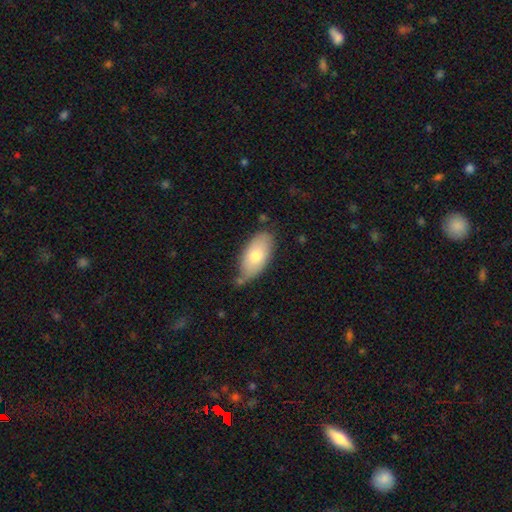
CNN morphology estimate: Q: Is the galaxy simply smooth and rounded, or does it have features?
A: smooth — 73%.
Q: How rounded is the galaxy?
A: in between — 93%.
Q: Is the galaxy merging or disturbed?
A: none — 65%.